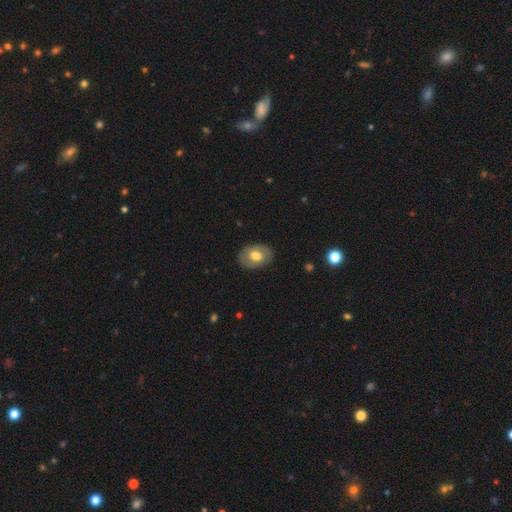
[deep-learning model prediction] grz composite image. It shows a smooth galaxy with no disk features (60%) that is in between round and cigar-shaped (76%). Merging: none (84%).